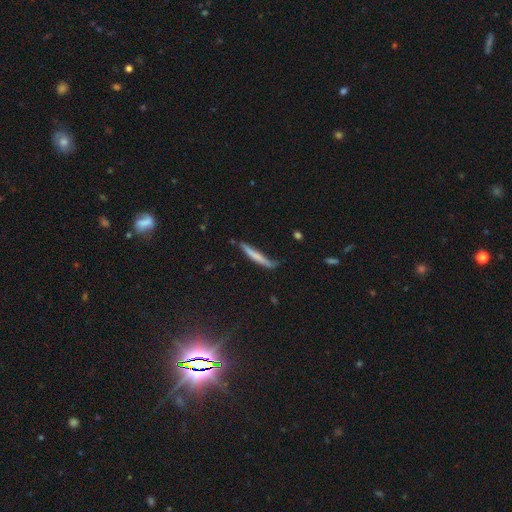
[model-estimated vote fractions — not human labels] This appears to be a smooth galaxy with no disk features (63%) that is cigar-shaped (95%). Merging: none (59%).